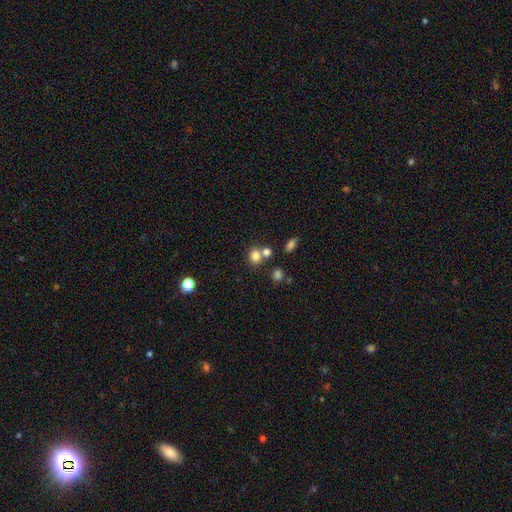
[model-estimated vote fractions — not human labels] smooth_or_featured: smooth (p=0.79) [alt: star or artifact p=0.13]
how_rounded: round (p=0.75) [alt: in between p=0.23]
merging: none (p=0.56) [alt: merger p=0.32]